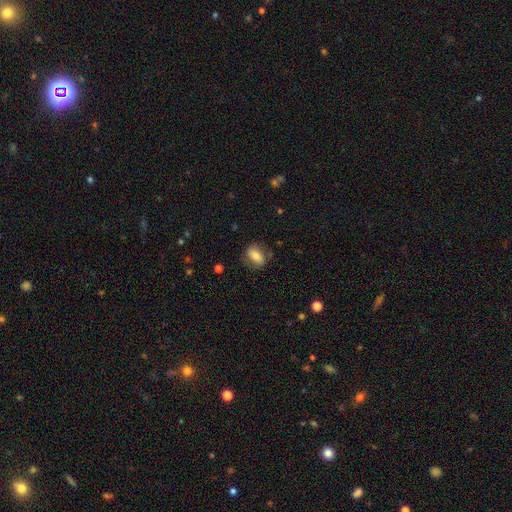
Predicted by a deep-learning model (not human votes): Smooth or featured? Predicted: smooth (p=0.73). How rounded? Predicted: in between (p=0.76). Merging? Predicted: none (p=0.75).